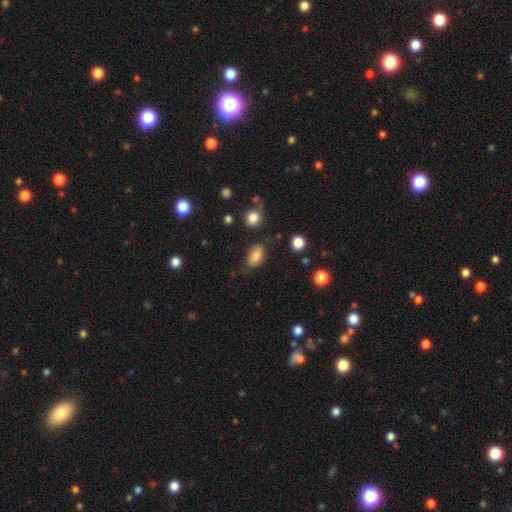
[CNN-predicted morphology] smooth 84%, star or artifact 9%, featured or disk 7%. Down the decision tree: how rounded — in between (90%); merging — none (71%).